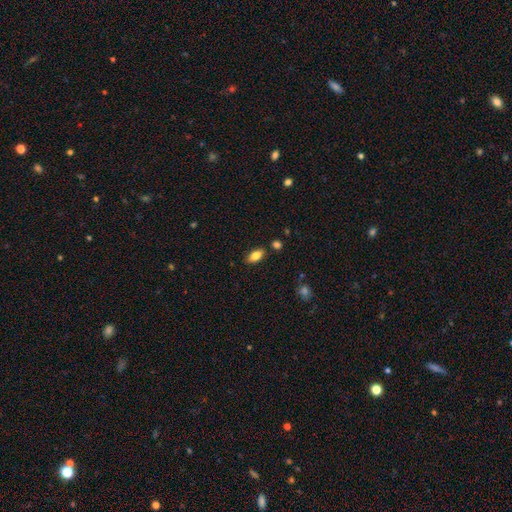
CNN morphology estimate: type=smooth (82%); roundness=in between (89%); merging=none (83%).